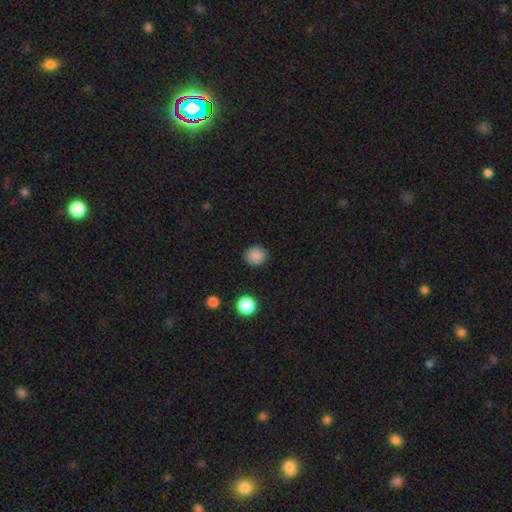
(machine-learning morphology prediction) smooth 87%, star or artifact 10%, featured or disk 3%. Down the decision tree: how rounded — round (88%); merging — none (89%).